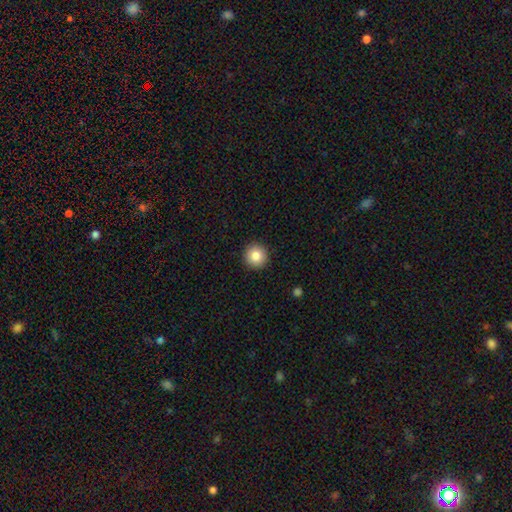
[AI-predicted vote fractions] Smooth or featured: smooth — 84% (star or artifact — 9%)
How rounded: round — 96% (in between — 4%)
Merging: none — 93% (minor disturbance — 5%)